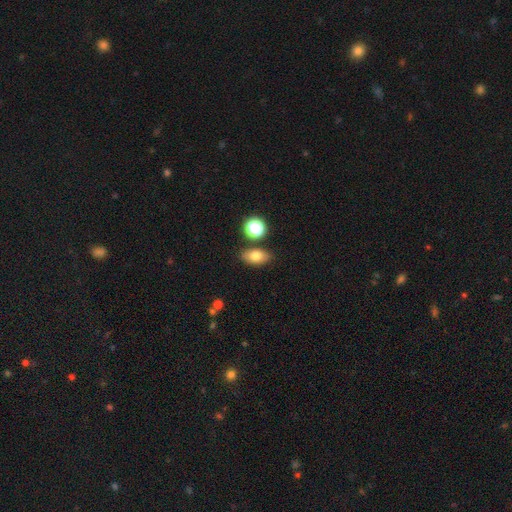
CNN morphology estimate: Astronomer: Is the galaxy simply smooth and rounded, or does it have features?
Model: smooth — 77%.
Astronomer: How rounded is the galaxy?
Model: in between — 85%.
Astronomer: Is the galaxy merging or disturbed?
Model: none — 80%.